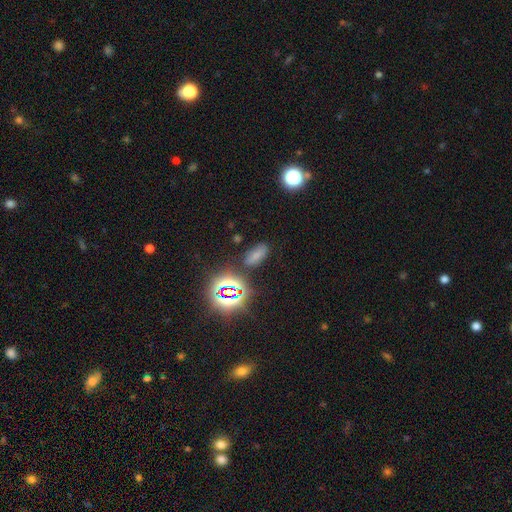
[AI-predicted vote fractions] The model was most divided on "smooth or featured": smooth: 60%, star or artifact: 31%, featured or disk: 9%. More confident: how rounded — in between (85%); merging — none (77%).